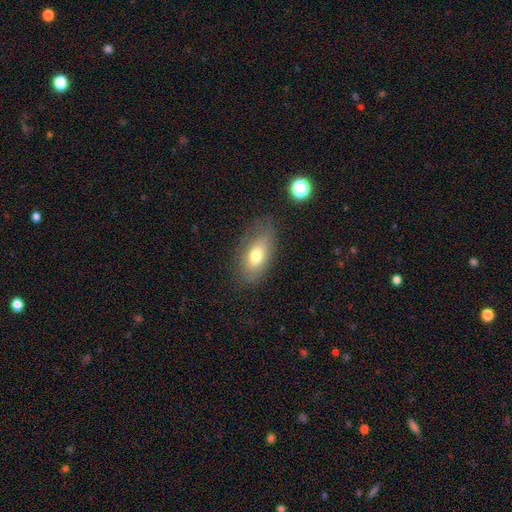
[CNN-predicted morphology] Q: Smooth or featured?
A: smooth (70%); runner-up: featured or disk (21%)
Q: How rounded?
A: in between (88%); runner-up: round (6%)
Q: Merging?
A: none (70%); runner-up: minor disturbance (21%)